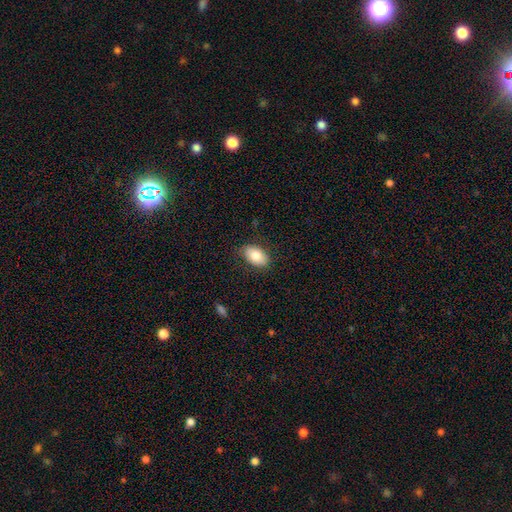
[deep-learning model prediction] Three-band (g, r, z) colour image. It shows a smooth galaxy with no disk features (79%) that is in between round and cigar-shaped (90%). Merging: none (83%).